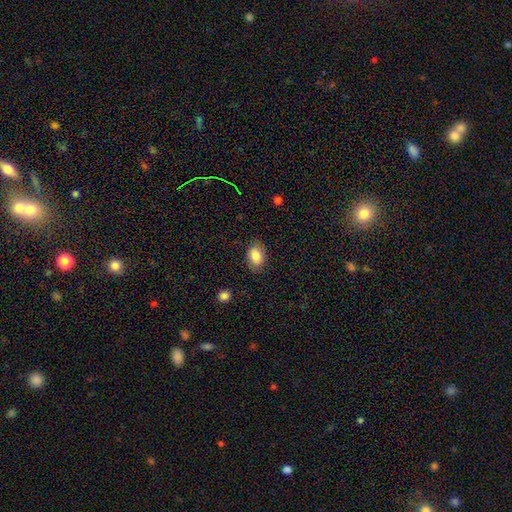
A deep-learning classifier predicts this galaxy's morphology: A smooth galaxy with no disk features (86%) that is in between round and cigar-shaped (84%).

Vote fractions:
- Smooth or featured? smooth: 86% / star or artifact: 8% / featured or disk: 7%
- How rounded? in between: 84% / round: 15% / cigar-shaped: 1%
- Merging? none: 83% / minor disturbance: 13% / major disturbance: 3% / merger: 1%